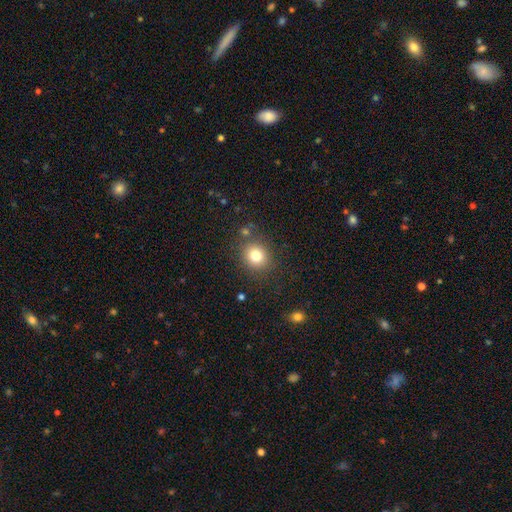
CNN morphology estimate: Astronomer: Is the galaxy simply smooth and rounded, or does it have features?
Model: smooth — 79%.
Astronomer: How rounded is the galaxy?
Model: round — 84%.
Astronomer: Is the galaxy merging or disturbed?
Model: none — 83%.